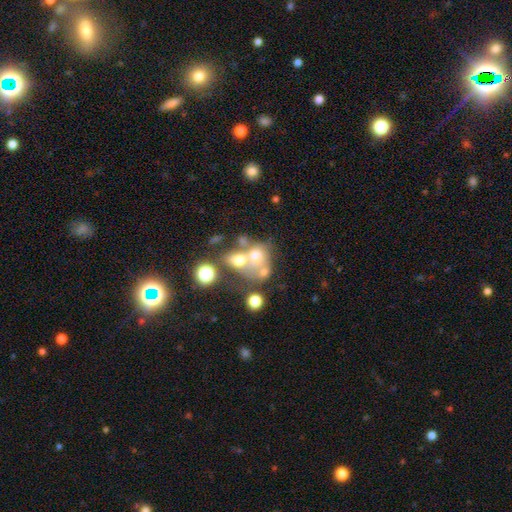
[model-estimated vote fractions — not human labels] This is possibly a smooth galaxy (51%). How rounded: possibly round (50%). Merging: possibly merger (56%).